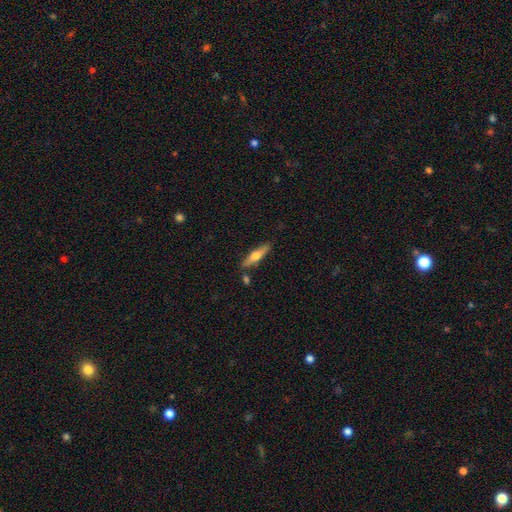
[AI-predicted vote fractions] featured or disk 49%, smooth 45%, star or artifact 6%. Down the decision tree: merging — none (83%).